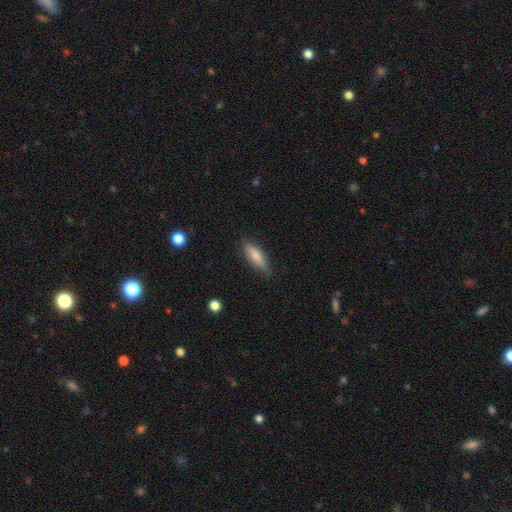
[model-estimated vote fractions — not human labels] Smooth or featured? Predicted: smooth (p=0.69). How rounded? Predicted: cigar-shaped (p=0.68). Merging? Predicted: none (p=0.85).